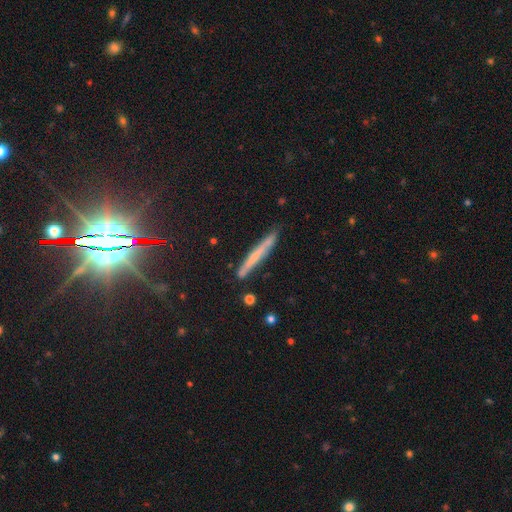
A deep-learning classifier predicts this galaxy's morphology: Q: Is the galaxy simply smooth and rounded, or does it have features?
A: smooth — 47%.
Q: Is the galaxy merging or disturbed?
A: none — 84%.